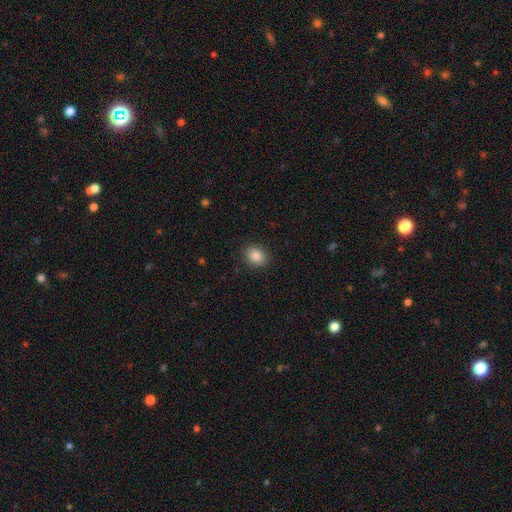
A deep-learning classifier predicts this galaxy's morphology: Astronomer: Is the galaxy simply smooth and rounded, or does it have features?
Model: smooth — 87%.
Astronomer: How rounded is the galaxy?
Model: in between — 53% (runner-up: round, 46%).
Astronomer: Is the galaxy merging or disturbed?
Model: none — 89%.